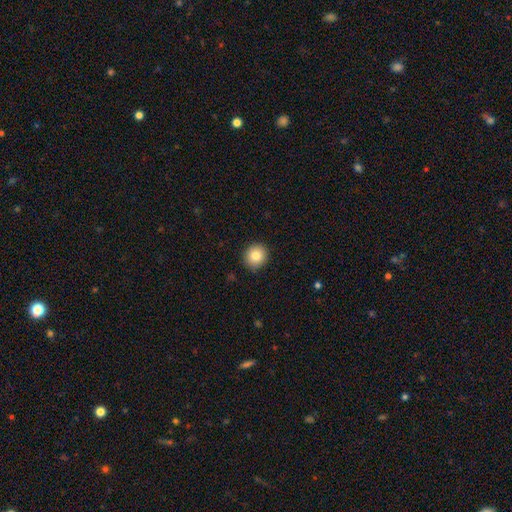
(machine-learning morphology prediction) A smooth galaxy with no disk features (82%) that is round (91%).

Vote fractions:
- Smooth or featured? smooth: 82% / star or artifact: 10% / featured or disk: 9%
- How rounded? round: 91% / in between: 8% / cigar-shaped: 1%
- Merging? none: 91% / minor disturbance: 7% / major disturbance: 2% / merger: 1%